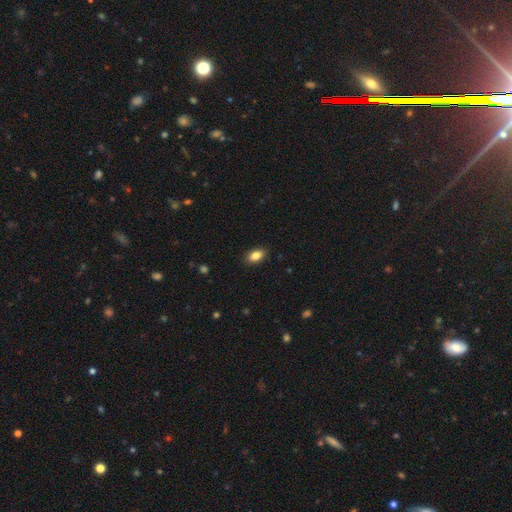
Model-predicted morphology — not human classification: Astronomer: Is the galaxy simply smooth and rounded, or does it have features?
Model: smooth — 84%.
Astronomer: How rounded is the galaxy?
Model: in between — 90%.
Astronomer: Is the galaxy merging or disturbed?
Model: none — 88%.